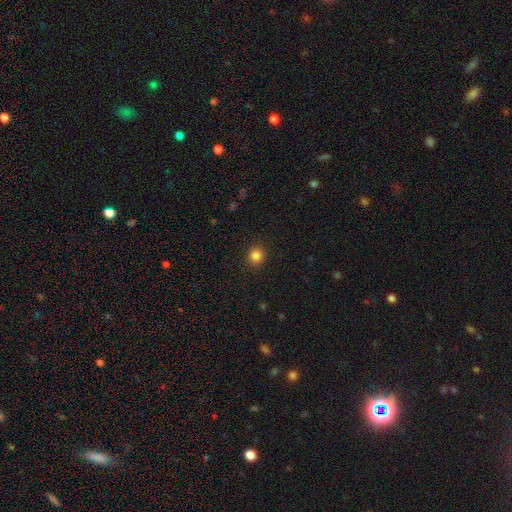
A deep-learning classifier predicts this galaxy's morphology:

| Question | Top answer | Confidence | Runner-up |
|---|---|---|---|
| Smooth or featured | smooth | 84% | star or artifact (12%) |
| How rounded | round | 92% | in between (7%) |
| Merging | none | 92% | minor disturbance (5%) |